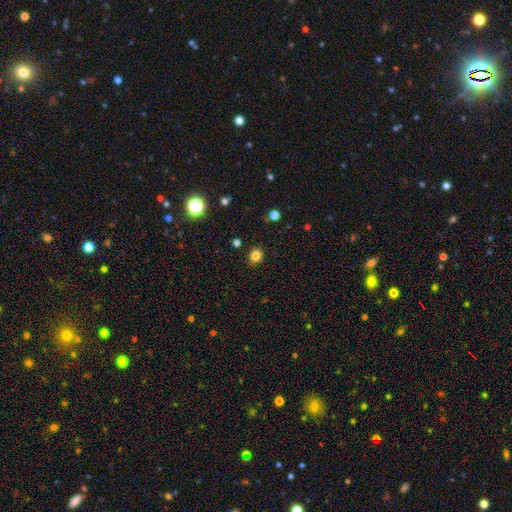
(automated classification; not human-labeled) smooth-or-featured: smooth: 81% | star or artifact: 14% | featured or disk: 5%
  how-rounded: round: 81% | in between: 19% | cigar-shaped: 1%
  merging: none: 88% | minor disturbance: 9% | major disturbance: 2% | merger: 1%